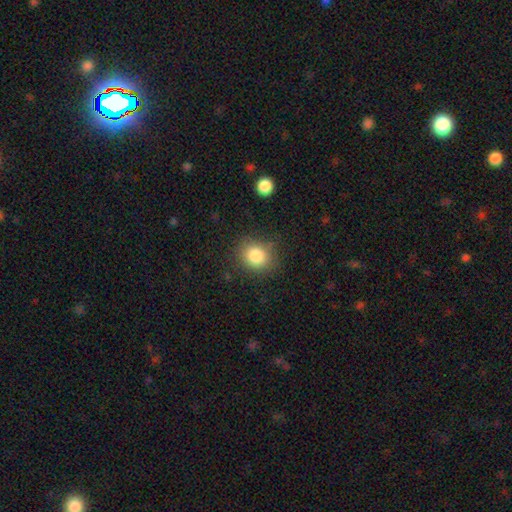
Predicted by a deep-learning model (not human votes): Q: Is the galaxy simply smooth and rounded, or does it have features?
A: smooth — 83%.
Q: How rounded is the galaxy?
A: round — 68%.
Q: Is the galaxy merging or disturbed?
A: none — 78%.